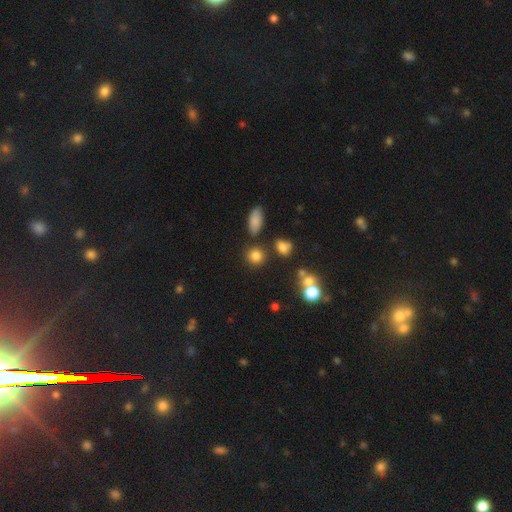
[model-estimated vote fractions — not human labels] smooth 81%, star or artifact 13%, featured or disk 6%. Down the decision tree: how rounded — round (82%); merging — none (78%).